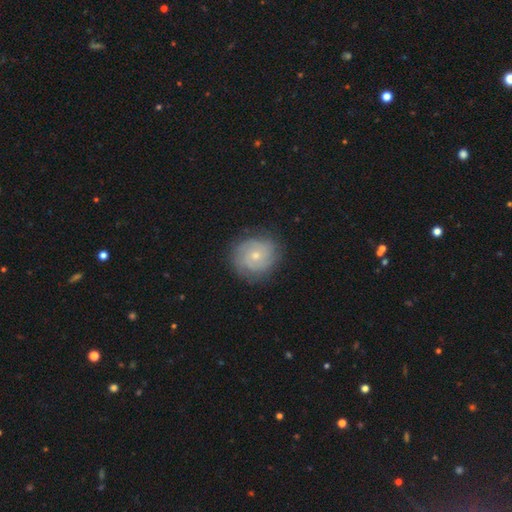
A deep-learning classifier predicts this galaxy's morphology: The model was most divided on "spiral arm count": can't tell: 37%, 2: 27%, 3: 18%, 4: 7%, 1: 5%, more than 4: 5%. More confident: edge-on disk — no (98%); spiral arms — yes (88%); merging — none (82%); bar — no (80%); spiral winding — tight (67%); smooth or featured — featured or disk (66%); bulge size — small (60%).